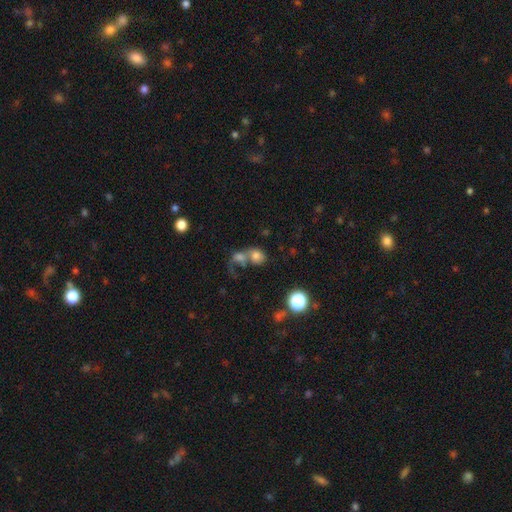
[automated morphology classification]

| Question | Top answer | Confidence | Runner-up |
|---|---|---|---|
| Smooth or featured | smooth | 72% | featured or disk (14%) |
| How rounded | round | 65% | in between (34%) |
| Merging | merger | 62% | none (24%) |